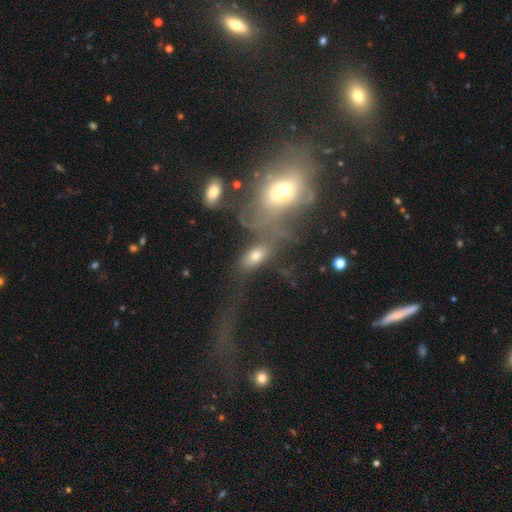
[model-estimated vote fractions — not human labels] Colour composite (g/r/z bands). It shows a smooth galaxy with no disk features (56%) that is in between round and cigar-shaped (84%). Merging: merger (38%).